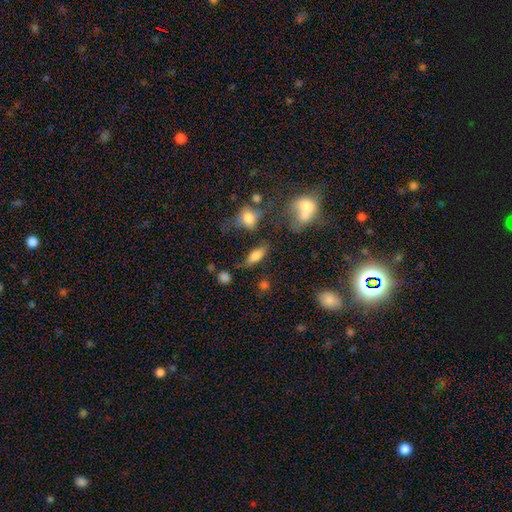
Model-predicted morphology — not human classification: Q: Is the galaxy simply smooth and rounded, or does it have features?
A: smooth — 75%.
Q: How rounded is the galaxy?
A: in between — 73%.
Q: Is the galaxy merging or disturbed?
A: none — 65%.